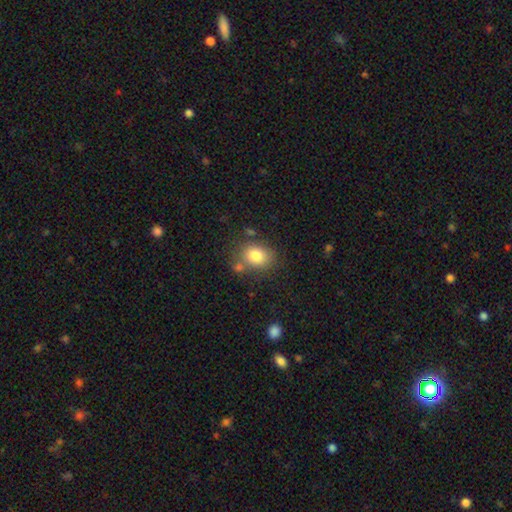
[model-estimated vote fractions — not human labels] This appears to be a smooth galaxy with no disk features (81%) that is in between round and cigar-shaped (53%). Merging: none (67%).